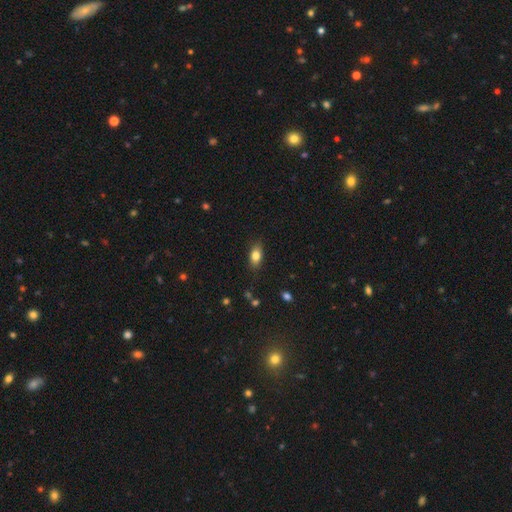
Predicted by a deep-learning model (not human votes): Smooth or featured? Predicted: smooth (p=0.82). How rounded? Predicted: in between (p=0.84). Merging? Predicted: none (p=0.84).